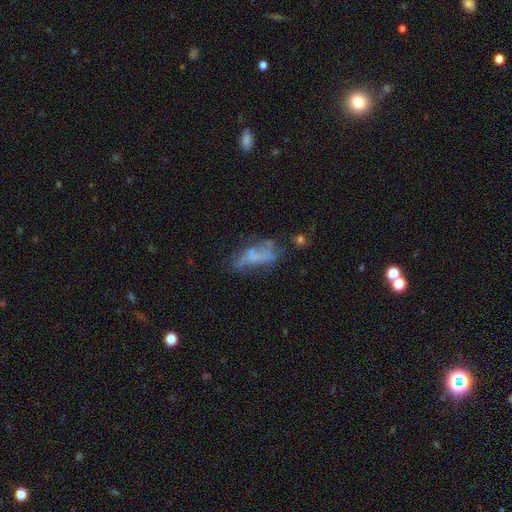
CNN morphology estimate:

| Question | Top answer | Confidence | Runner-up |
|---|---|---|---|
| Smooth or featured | featured or disk | 48% | smooth (37%) |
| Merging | none | 40% | major disturbance (25%) |